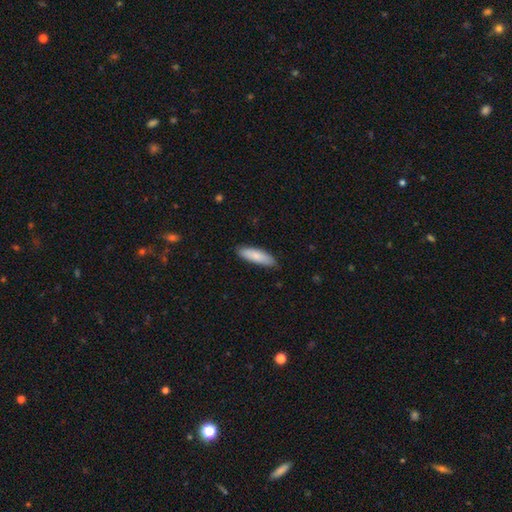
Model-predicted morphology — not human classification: This appears to be a smooth galaxy with no disk features (81%) that is cigar-shaped (53%). Merging: none (84%).